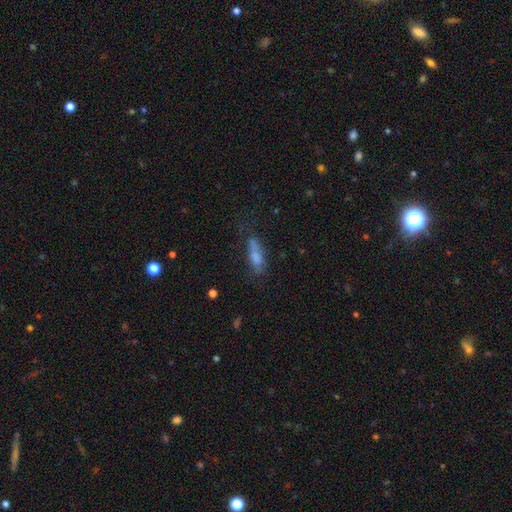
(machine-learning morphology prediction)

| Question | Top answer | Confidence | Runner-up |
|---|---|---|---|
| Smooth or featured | smooth | 68% | featured or disk (22%) |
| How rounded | cigar-shaped | 50% | in between (47%) |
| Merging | none | 45% | minor disturbance (27%) |